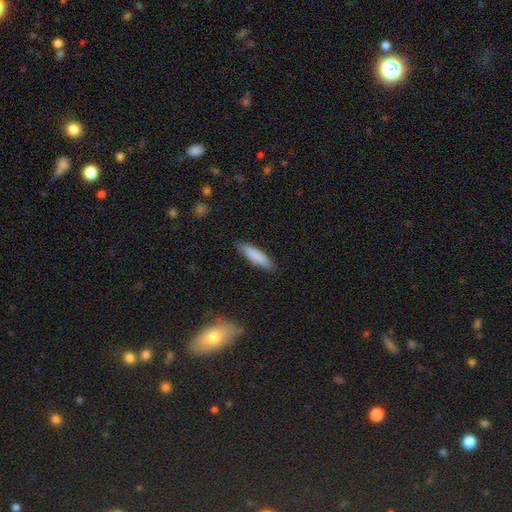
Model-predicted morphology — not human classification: A smooth galaxy with no disk features (84%) that is cigar-shaped (76%). Merging: none (86%).